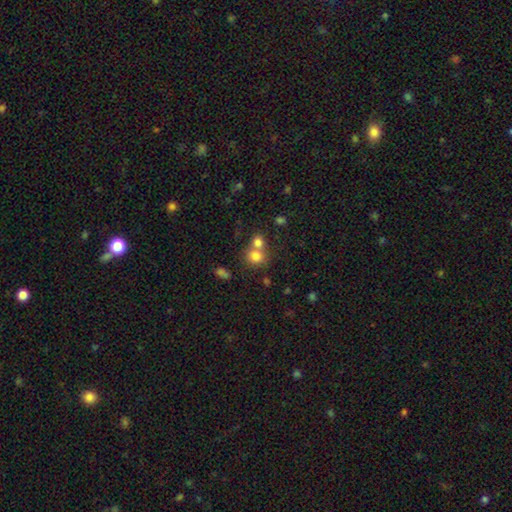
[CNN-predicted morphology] A smooth galaxy with no disk features (78%) that is round (79%).

Vote fractions:
- Smooth or featured? smooth: 78% / star or artifact: 13% / featured or disk: 9%
- How rounded? round: 79% / in between: 20% / cigar-shaped: 1%
- Merging? merger: 47% / none: 43% / minor disturbance: 7% / major disturbance: 3%